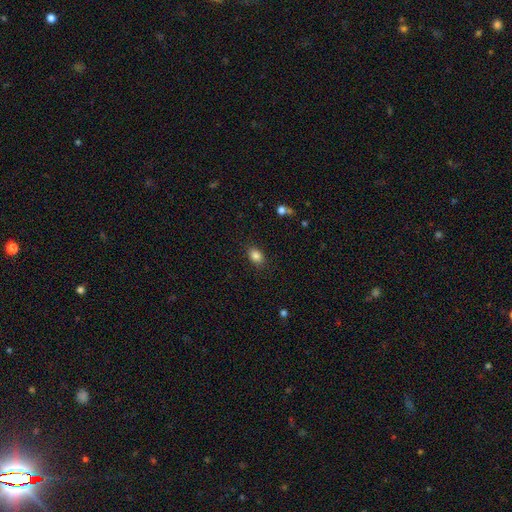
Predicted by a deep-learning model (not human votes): Morphology: type=smooth (85%); roundness=in between (74%); merging=none (86%).